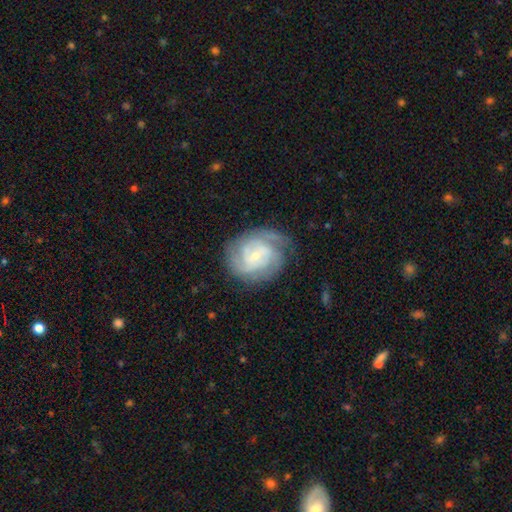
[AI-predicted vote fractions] featured or disk 82%, smooth 13%, star or artifact 6%. Down the decision tree: edge-on disk — no (98%); bar — no (46%); spiral arms — yes (95%); spiral arm count — 2 (28%); spiral winding — tight (57%); bulge size — small (73%); merging — none (72%).